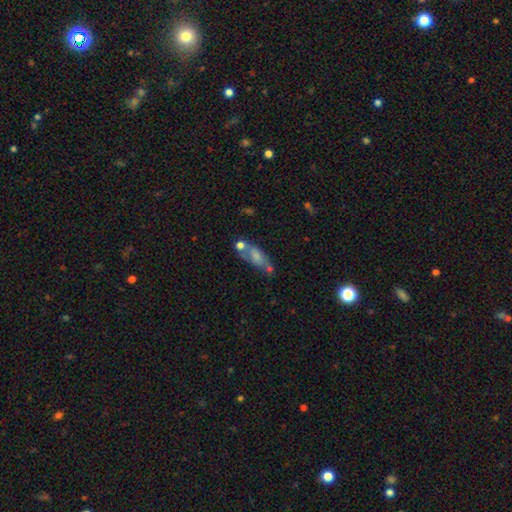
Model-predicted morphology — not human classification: A smooth galaxy with no disk features (57%) that is in between round and cigar-shaped (73%).

Vote fractions:
- Smooth or featured? smooth: 57% / featured or disk: 34% / star or artifact: 9%
- How rounded? in between: 73% / cigar-shaped: 22% / round: 4%
- Merging? none: 37% / merger: 30% / minor disturbance: 21% / major disturbance: 13%